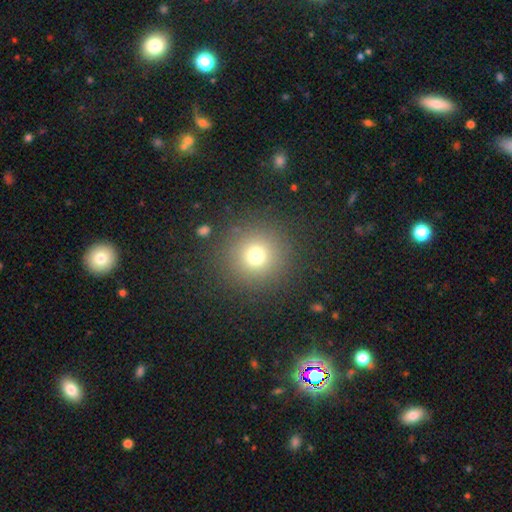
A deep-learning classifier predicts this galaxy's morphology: smooth 72%, star or artifact 18%, featured or disk 10%. Down the decision tree: how rounded — round (95%); merging — none (88%).